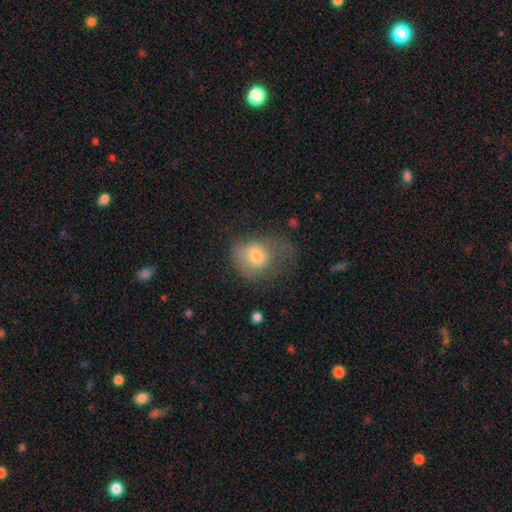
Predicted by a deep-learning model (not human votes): This is likely a smooth galaxy (71%). How rounded: likely round (60%). Merging: marginally major disturbance (39%).